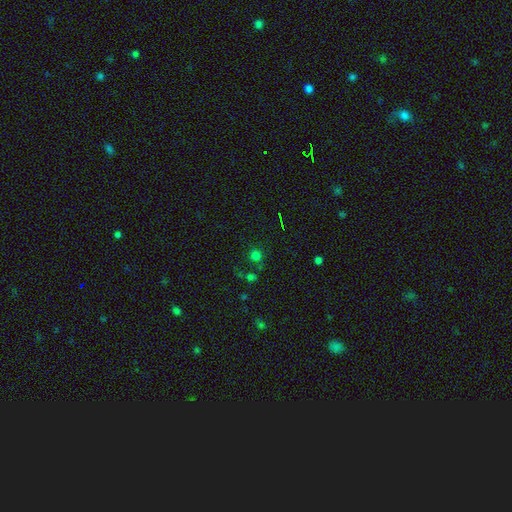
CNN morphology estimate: A smooth galaxy with no disk features (63%) that is round (88%).

Vote fractions:
- Smooth or featured? smooth: 63% / star or artifact: 30% / featured or disk: 7%
- How rounded? round: 88% / in between: 11% / cigar-shaped: 1%
- Merging? none: 68% / merger: 14% / minor disturbance: 11% / major disturbance: 6%